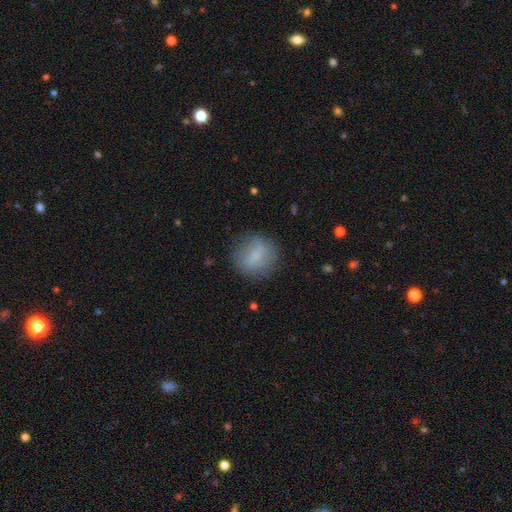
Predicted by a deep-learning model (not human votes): Smooth or featured? smooth (74%)
How rounded? round (84%)
Merging? none (77%)